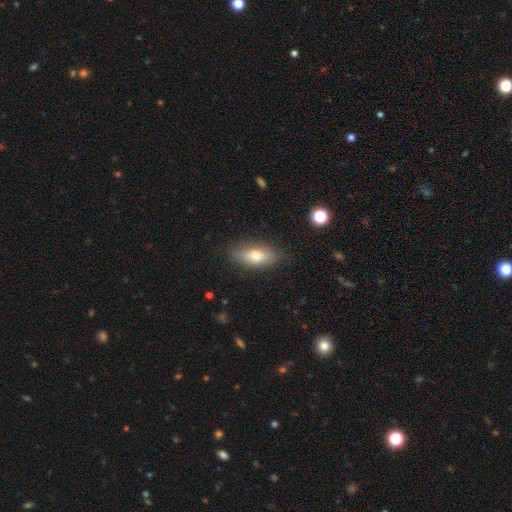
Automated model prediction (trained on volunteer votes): smooth-or-featured: smooth: 72% | featured or disk: 20% | star or artifact: 8%
  how-rounded: in between: 81% | cigar-shaped: 15% | round: 4%
  merging: none: 83% | minor disturbance: 13% | major disturbance: 3% | merger: 1%